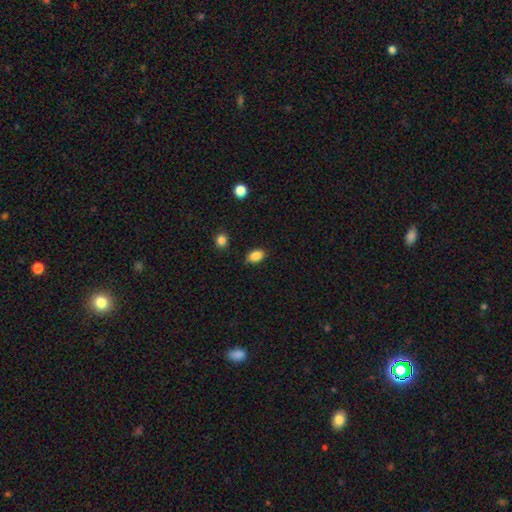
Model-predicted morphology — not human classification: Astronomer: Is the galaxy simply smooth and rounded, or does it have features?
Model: smooth — 87%.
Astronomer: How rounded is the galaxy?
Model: in between — 84%.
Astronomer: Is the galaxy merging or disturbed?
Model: none — 79%.